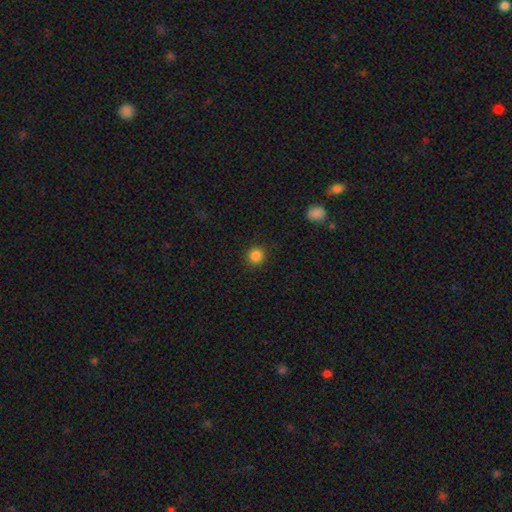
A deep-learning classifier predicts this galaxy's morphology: This appears to be a smooth galaxy with no disk features (85%) that is round (94%). Merging: none (91%).